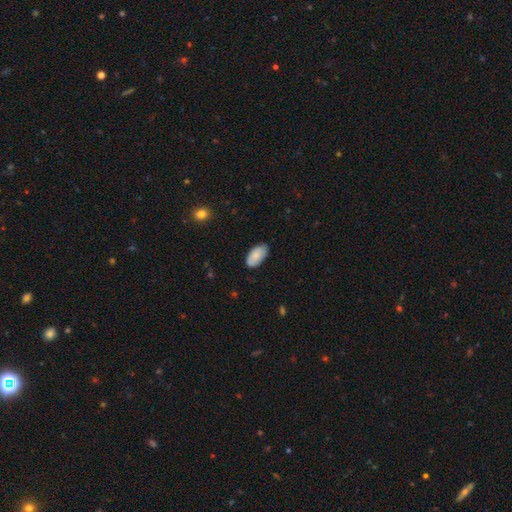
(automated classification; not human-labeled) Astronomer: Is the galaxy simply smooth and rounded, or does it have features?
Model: smooth — 83%.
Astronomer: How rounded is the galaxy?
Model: in between — 95%.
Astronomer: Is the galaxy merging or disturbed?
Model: none — 78%.